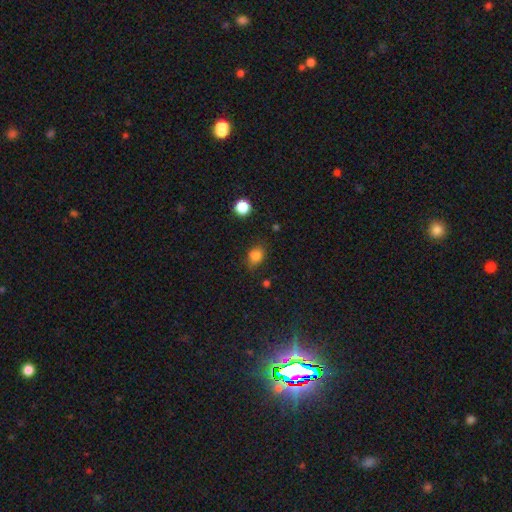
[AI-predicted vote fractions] Smooth or featured? smooth (81%)
How rounded? in between (56%)
Merging? none (70%)